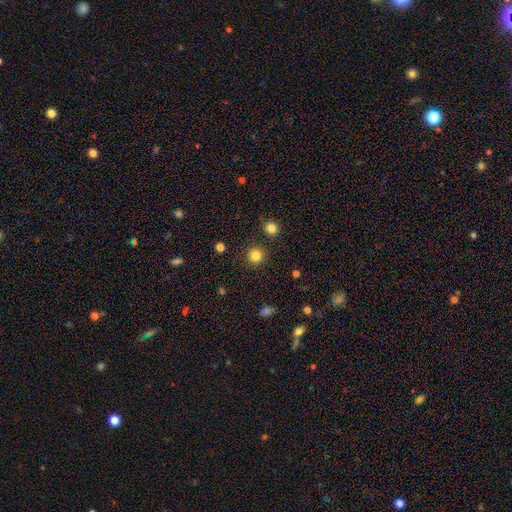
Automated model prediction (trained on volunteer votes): Overall: smooth (83%). How rounded: round (94%). Merging: none (89%).